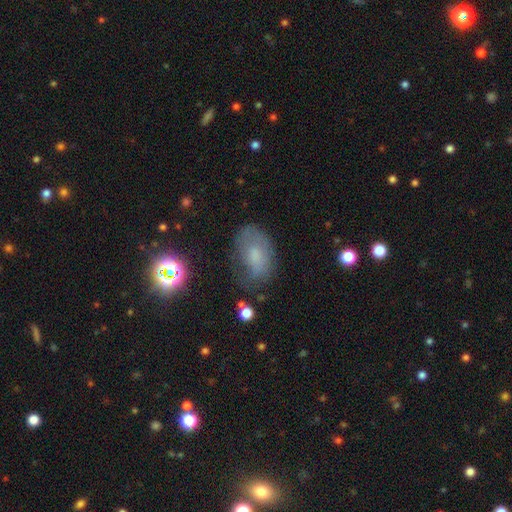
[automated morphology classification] Smooth or featured? smooth (60%)
How rounded? in between (87%)
Merging? none (56%)